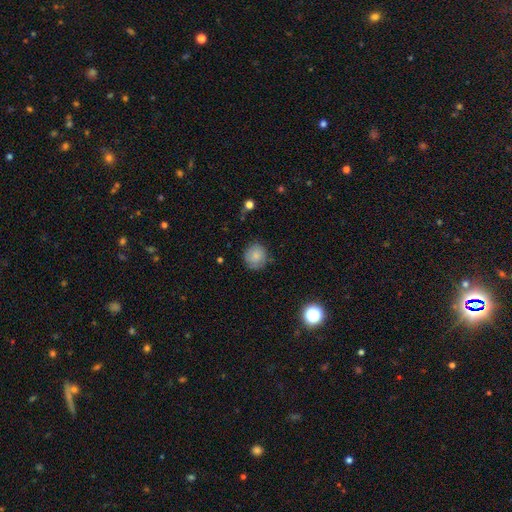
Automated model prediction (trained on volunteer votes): Morphology: type=smooth (79%); roundness=round (87%); merging=none (78%).